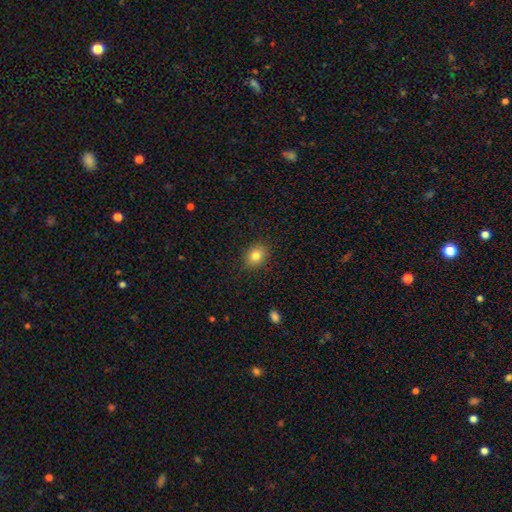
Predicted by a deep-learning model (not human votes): Overall: smooth (83%). How rounded: in between (54%; round 45%). Merging: none (88%).